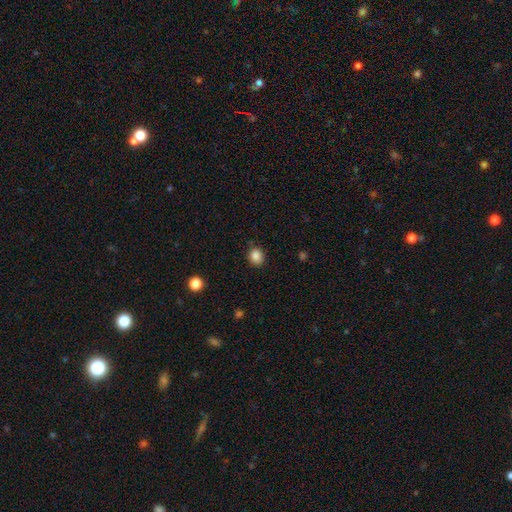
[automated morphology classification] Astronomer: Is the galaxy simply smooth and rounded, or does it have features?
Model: smooth — 86%.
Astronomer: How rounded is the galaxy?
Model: round — 78%.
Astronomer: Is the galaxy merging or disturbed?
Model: none — 87%.